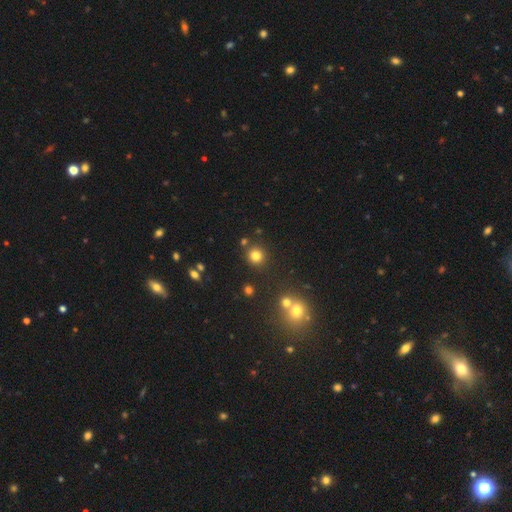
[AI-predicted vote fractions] Smooth or featured?
  - smooth: 79% *
  - star or artifact: 16%
  - featured or disk: 6%
How rounded?
  - round: 93% *
  - in between: 6%
  - cigar-shaped: 1%
Merging?
  - none: 86% *
  - minor disturbance: 6%
  - merger: 5%
  - major disturbance: 3%